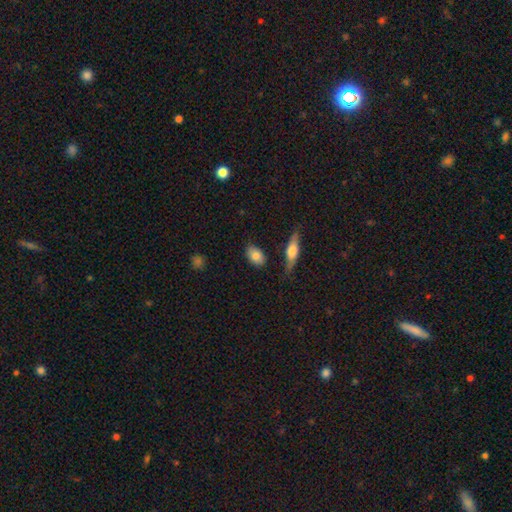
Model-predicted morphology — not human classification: Overall: smooth (82%). How rounded: in between (86%). Merging: none (81%).